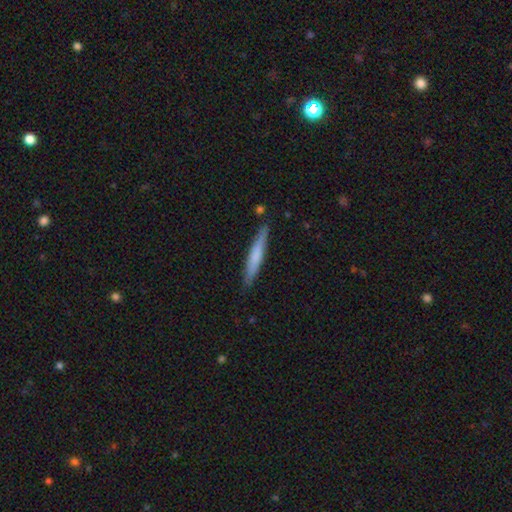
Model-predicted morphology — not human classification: smooth_or_featured: smooth (p=0.62) [alt: featured or disk p=0.32]
how_rounded: cigar-shaped (p=0.95) [alt: in between p=0.04]
merging: none (p=0.87) [alt: minor disturbance p=0.09]